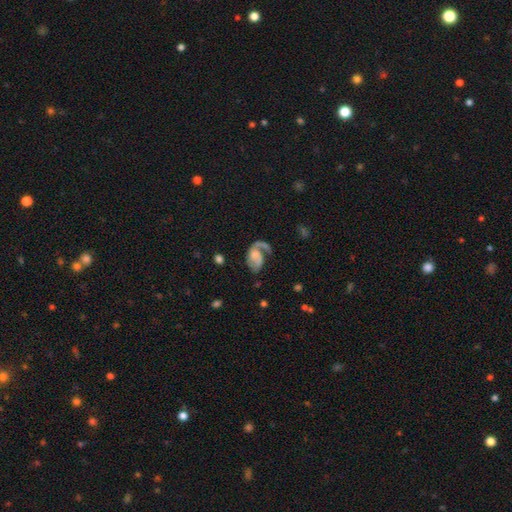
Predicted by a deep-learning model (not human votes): Overall: featured or disk (74%). Edge-on disk: no (98%). Bar: no (66%; weak 28%). Spiral arms: yes (89%). Spiral arm count: 1 (51%; 2 42%). Spiral winding: loose (41%, tied with medium). Bulge size: small (35%; moderate 29%). Merging: none (37%; major disturbance 35%).